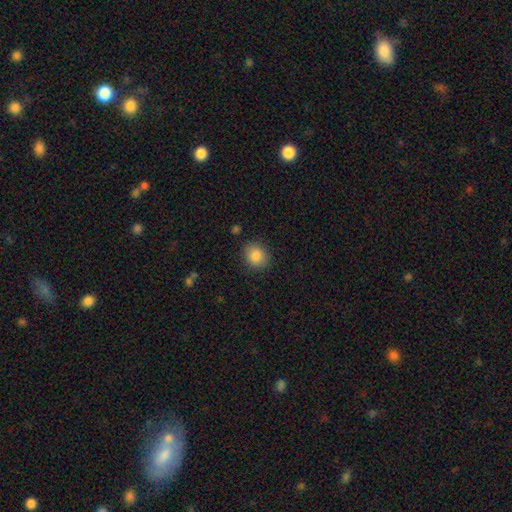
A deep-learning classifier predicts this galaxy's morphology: This is clearly a smooth galaxy (87%). How rounded: likely round (68%). Merging: clearly none (87%).